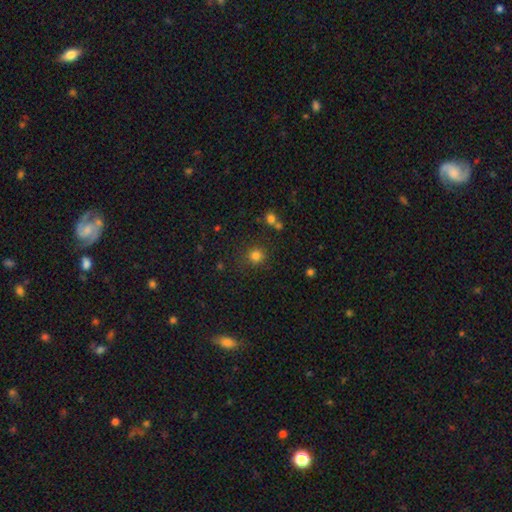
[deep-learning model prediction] Smooth or featured? Predicted: smooth (p=0.80). How rounded? Predicted: round (p=0.90). Merging? Predicted: none (p=0.82).